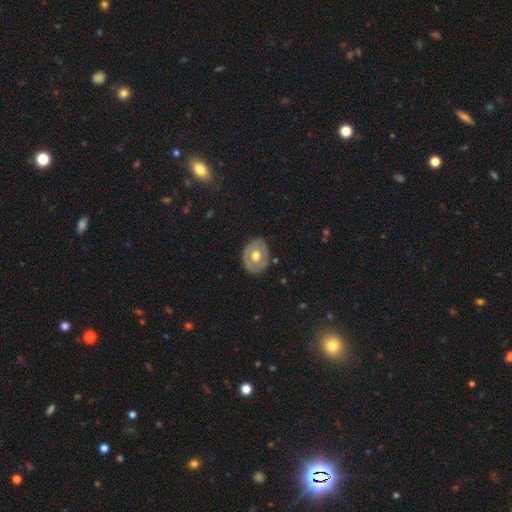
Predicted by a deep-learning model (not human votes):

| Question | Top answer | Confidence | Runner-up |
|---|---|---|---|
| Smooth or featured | featured or disk | 49% | smooth (46%) |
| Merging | none | 82% | minor disturbance (14%) |